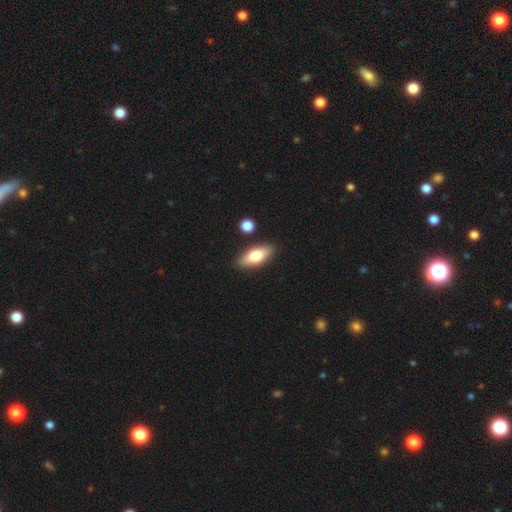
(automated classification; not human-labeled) smooth_or_featured: smooth (p=0.70) [alt: featured or disk p=0.23]
how_rounded: in between (p=0.76) [alt: cigar-shaped p=0.21]
merging: none (p=0.86) [alt: minor disturbance p=0.09]